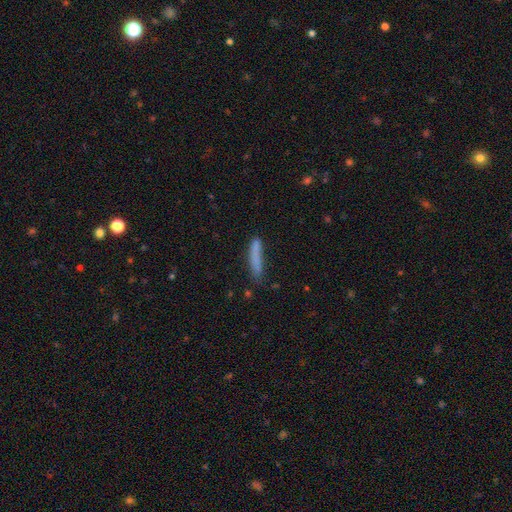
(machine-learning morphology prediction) This appears to be a smooth galaxy with no disk features (80%) that is cigar-shaped (91%). Merging: none (73%).